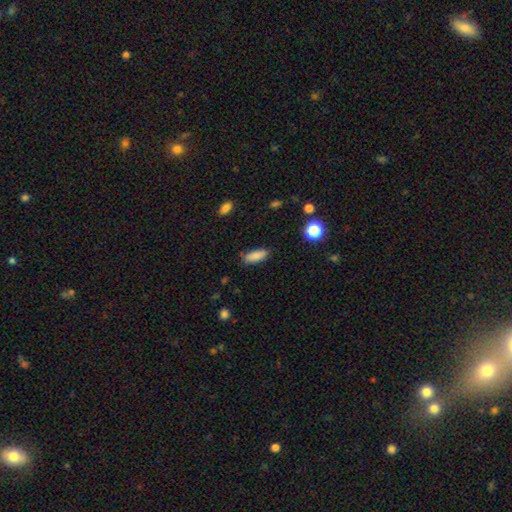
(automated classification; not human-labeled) Overall: smooth (85%). How rounded: in between (72%). Merging: none (83%).